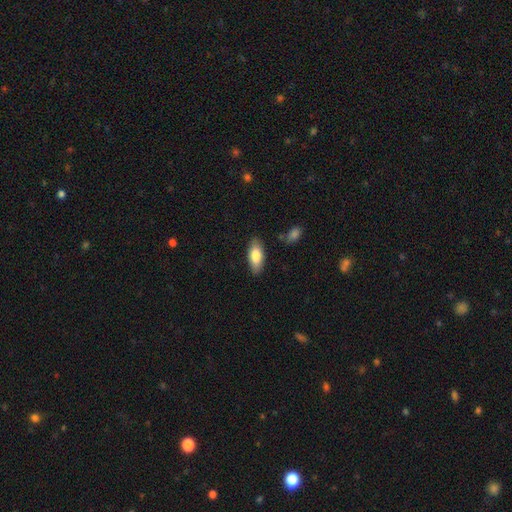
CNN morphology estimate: This is clearly a smooth galaxy (80%). How rounded: clearly in between (84%). Merging: clearly none (84%).